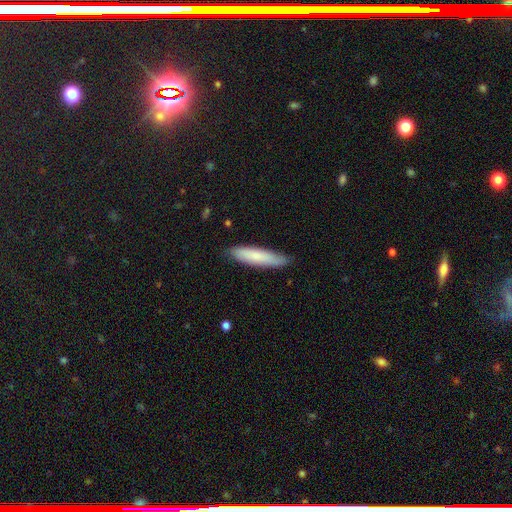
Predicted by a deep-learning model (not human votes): This appears to be a smooth galaxy with no disk features (75%) that is cigar-shaped (82%). Merging: none (85%).